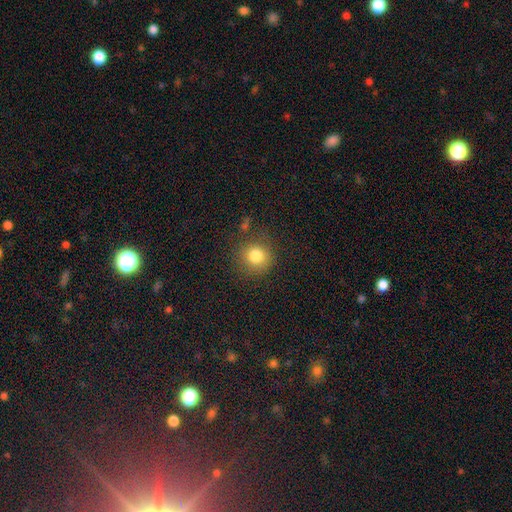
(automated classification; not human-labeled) Morphology: type=smooth (81%); roundness=round (89%); merging=none (81%).